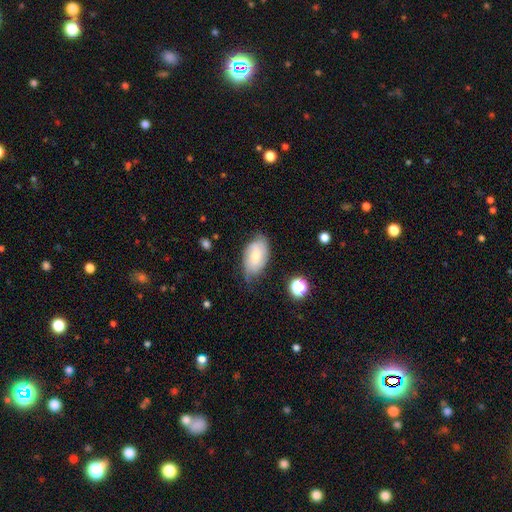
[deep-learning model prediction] Smooth or featured? Predicted: smooth (p=0.56). How rounded? Predicted: in between (p=0.92). Merging? Predicted: none (p=0.59).